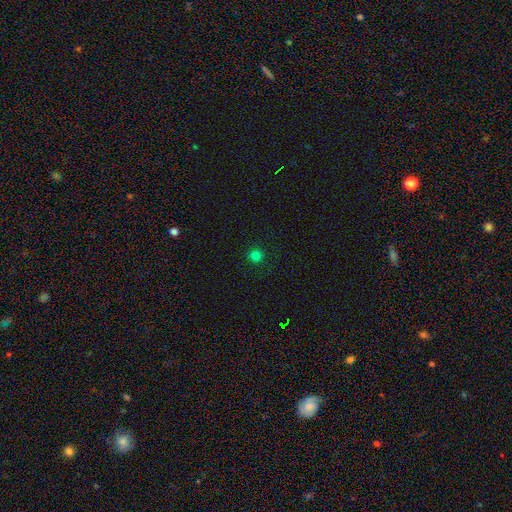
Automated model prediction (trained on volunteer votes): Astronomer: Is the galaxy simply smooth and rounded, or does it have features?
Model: smooth — 80%.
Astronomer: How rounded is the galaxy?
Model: round — 93%.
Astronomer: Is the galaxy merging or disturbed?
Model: none — 91%.